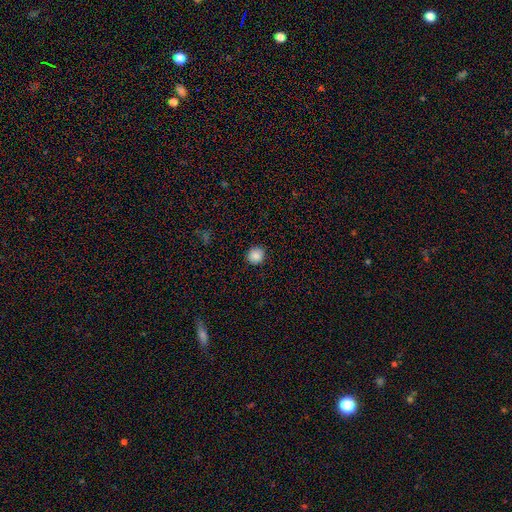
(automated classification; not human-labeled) Q: Smooth or featured?
A: smooth (87%); runner-up: star or artifact (10%)
Q: How rounded?
A: round (92%); runner-up: in between (7%)
Q: Merging?
A: none (91%); runner-up: minor disturbance (6%)